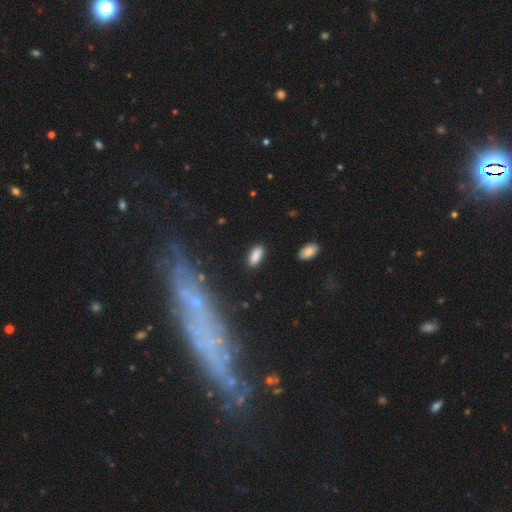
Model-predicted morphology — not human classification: The model was most divided on "merging": none: 83%, minor disturbance: 12%, major disturbance: 3%, merger: 2%. More confident: how rounded — in between (87%); smooth or featured — smooth (86%).